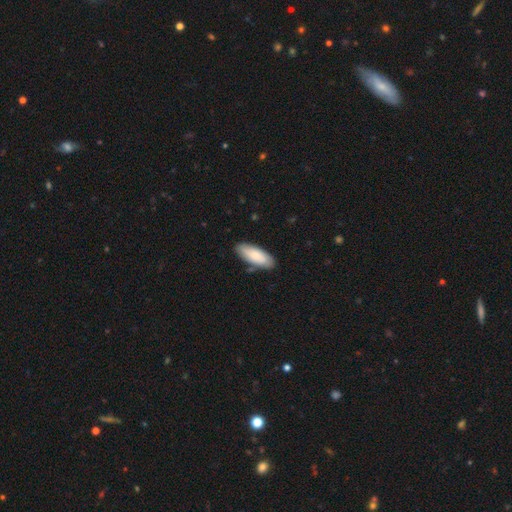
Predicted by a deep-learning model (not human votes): Q: Smooth or featured?
A: smooth (79%); runner-up: featured or disk (16%)
Q: How rounded?
A: in between (78%); runner-up: cigar-shaped (20%)
Q: Merging?
A: none (82%); runner-up: minor disturbance (14%)